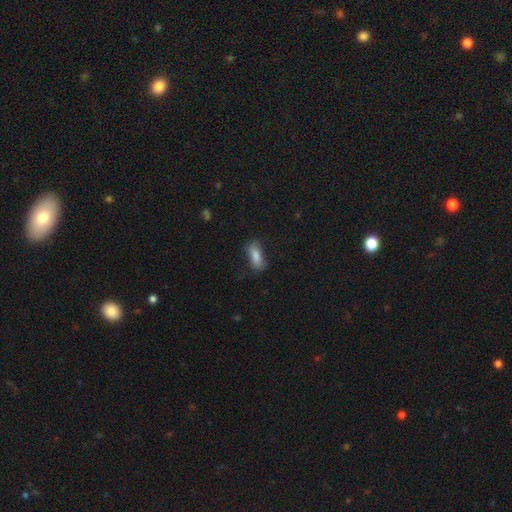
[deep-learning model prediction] smooth-or-featured: smooth: 81% | featured or disk: 11% | star or artifact: 8%
  how-rounded: in between: 72% | cigar-shaped: 25% | round: 3%
  merging: none: 67% | minor disturbance: 23% | major disturbance: 8% | merger: 2%